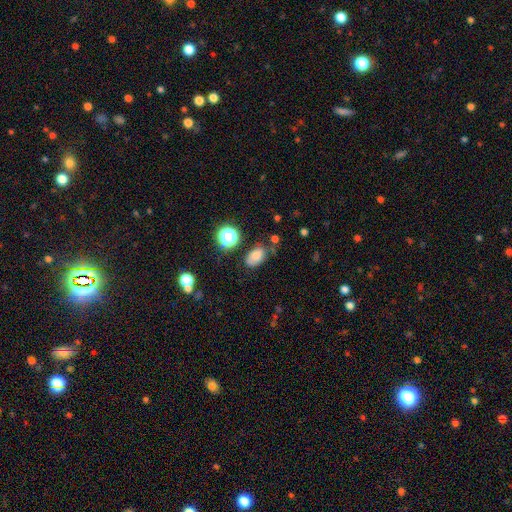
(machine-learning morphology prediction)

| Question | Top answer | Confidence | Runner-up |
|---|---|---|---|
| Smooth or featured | smooth | 77% | star or artifact (14%) |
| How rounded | in between | 85% | round (14%) |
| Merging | none | 67% | minor disturbance (22%) |